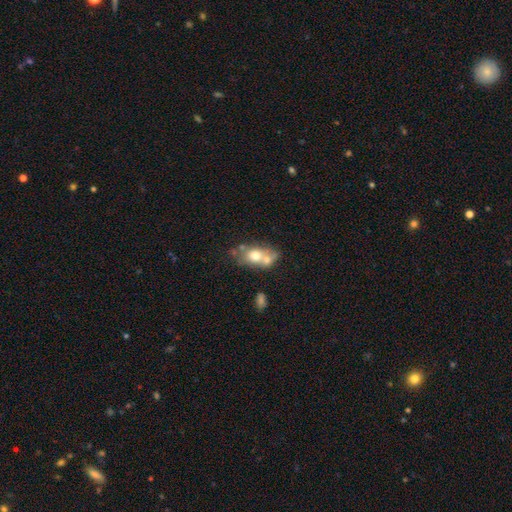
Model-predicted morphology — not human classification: Smooth or featured? smooth (64%)
How rounded? in between (68%)
Merging? merger (50%)